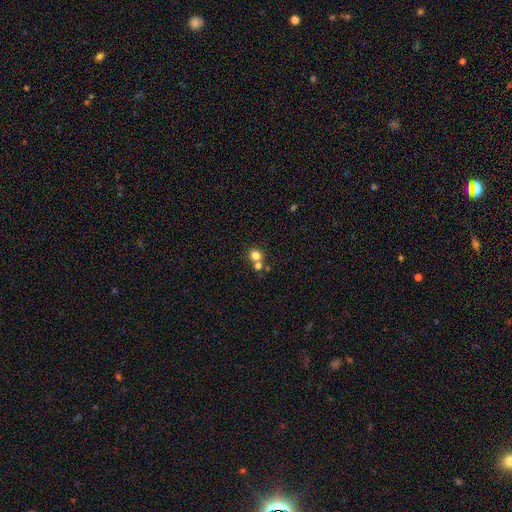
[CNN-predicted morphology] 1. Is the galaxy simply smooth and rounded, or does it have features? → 79% smooth, 13% star or artifact, 8% featured or disk.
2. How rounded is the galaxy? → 88% round, 11% in between, 1% cigar-shaped.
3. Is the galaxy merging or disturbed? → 56% none, 35% merger, 7% minor disturbance, 3% major disturbance.